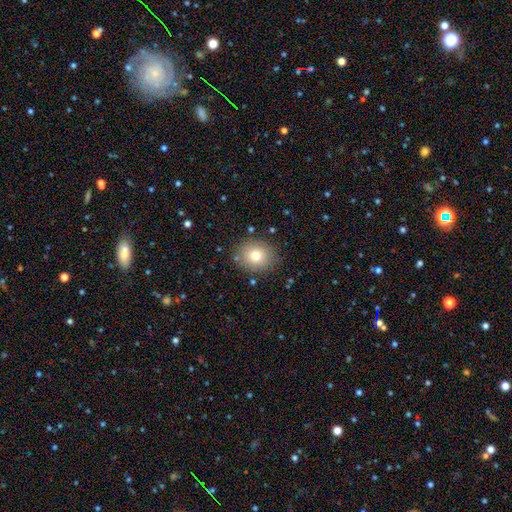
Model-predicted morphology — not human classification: A smooth galaxy with no disk features (76%) that is round (72%). Merging: none (85%).